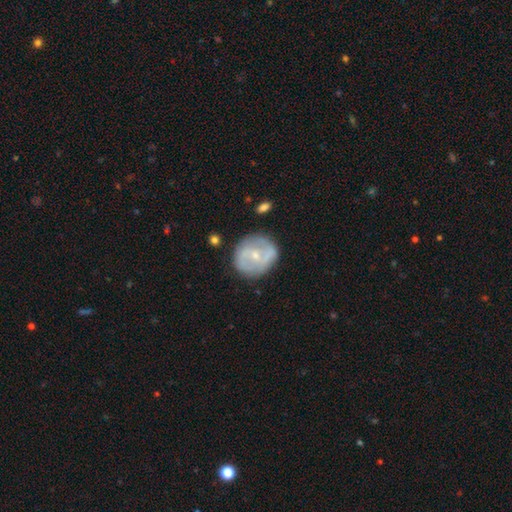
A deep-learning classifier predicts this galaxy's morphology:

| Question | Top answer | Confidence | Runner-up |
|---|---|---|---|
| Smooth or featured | featured or disk | 62% | smooth (32%) |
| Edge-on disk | no | 96% | yes (4%) |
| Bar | no | 47% | weak (38%) |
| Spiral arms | yes | 57% | no (43%) |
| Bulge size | small | 58% | moderate (37%) |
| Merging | none | 76% | minor disturbance (17%) |